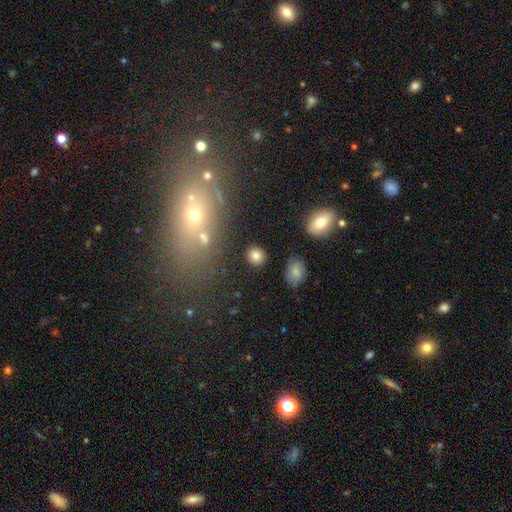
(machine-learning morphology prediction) smooth-or-featured: smooth: 81% | star or artifact: 12% | featured or disk: 7%
  how-rounded: round: 87% | in between: 12% | cigar-shaped: 1%
  merging: none: 87% | minor disturbance: 8% | major disturbance: 3% | merger: 3%